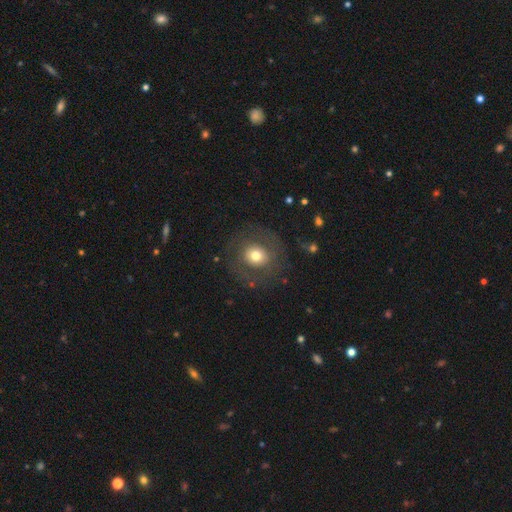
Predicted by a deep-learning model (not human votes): This is possibly a smooth galaxy (58%). How rounded: clearly round (84%). Merging: likely none (77%).